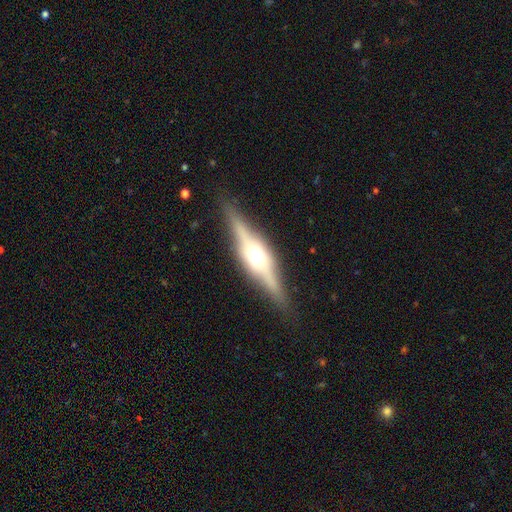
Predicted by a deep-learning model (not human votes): A featured or disk galaxy (77%) viewed edge-on (97%) with a rounded central bulge (82%). Merging: none (87%).